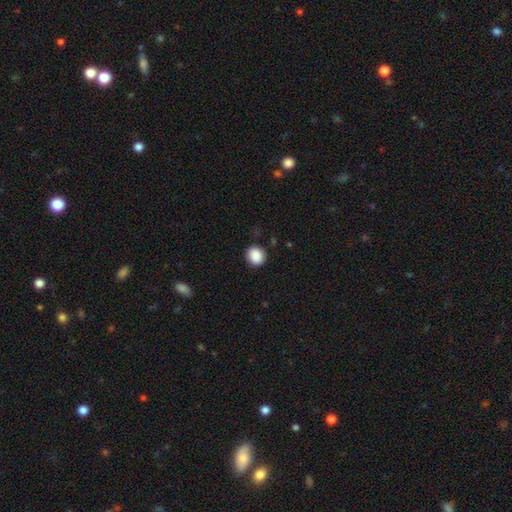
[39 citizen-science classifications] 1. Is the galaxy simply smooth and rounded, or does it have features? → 90% smooth, 10% star or artifact, 0% featured or disk.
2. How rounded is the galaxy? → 83% round, 17% in between, 0% cigar-shaped.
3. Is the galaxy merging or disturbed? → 94% none, 6% minor disturbance, 0% major disturbance, 0% merger.